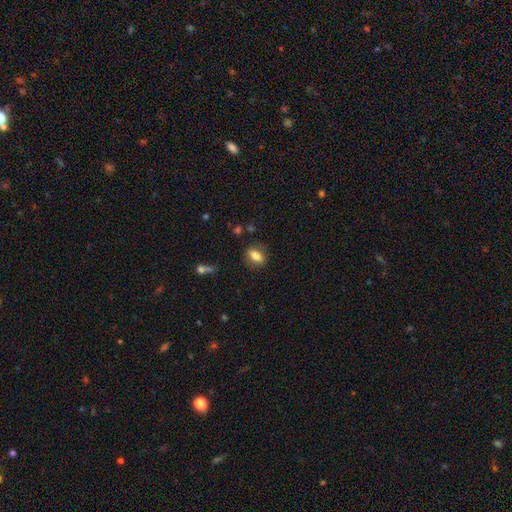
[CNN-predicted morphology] Smooth or featured?
  - smooth: 77% *
  - featured or disk: 15%
  - star or artifact: 9%
How rounded?
  - in between: 76% *
  - round: 17%
  - cigar-shaped: 6%
Merging?
  - none: 83% *
  - minor disturbance: 12%
  - major disturbance: 3%
  - merger: 2%